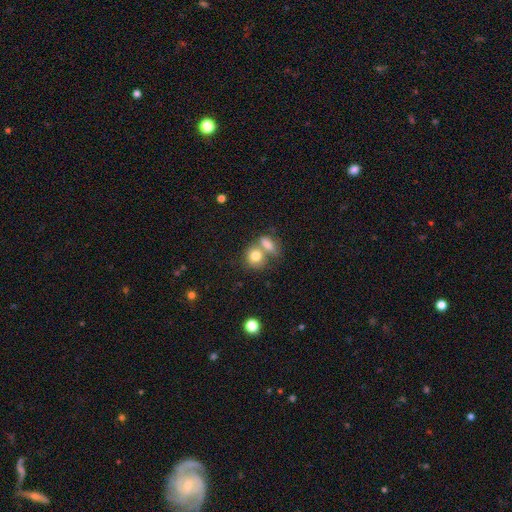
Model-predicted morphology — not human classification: Smooth or featured? Predicted: smooth (p=0.80). How rounded? Predicted: round (p=0.64). Merging? Predicted: merger (p=0.50).